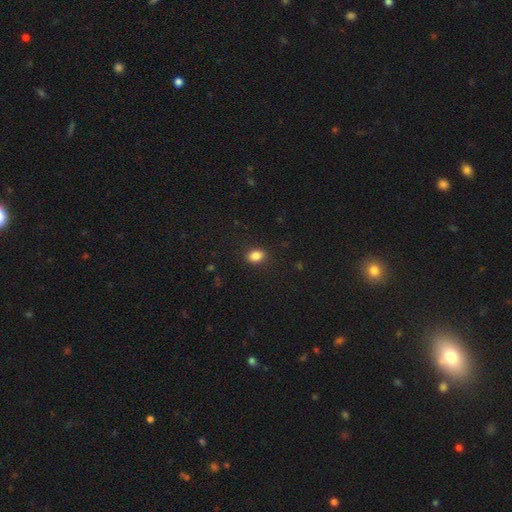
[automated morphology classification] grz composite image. It shows a smooth galaxy with no disk features (86%) that is in between round and cigar-shaped (65%). Merging: none (89%).